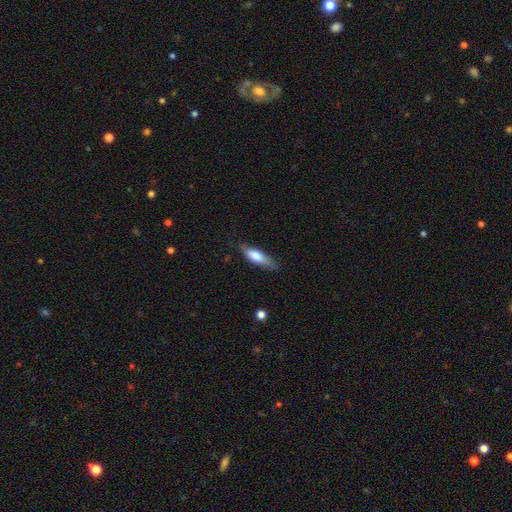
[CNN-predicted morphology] Overall: smooth (68%). How rounded: cigar-shaped (52%; in between 46%). Merging: none (73%).